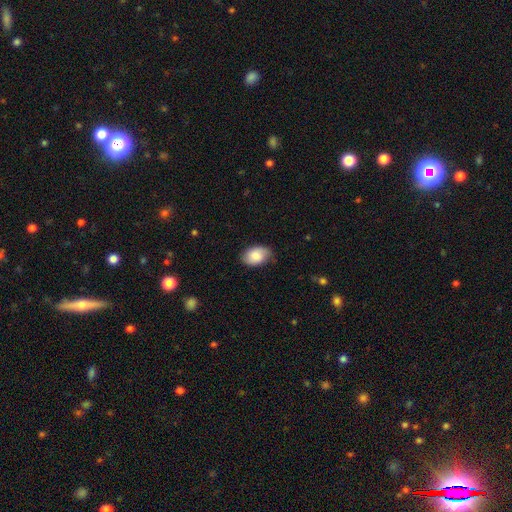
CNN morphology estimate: This appears to be a smooth galaxy with no disk features (83%) that is in between round and cigar-shaped (88%). Merging: none (78%).